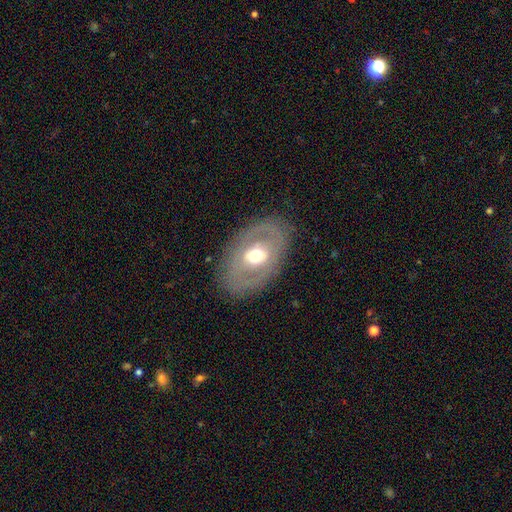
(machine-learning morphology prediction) smooth_or_featured: featured or disk (p=0.58) [alt: smooth p=0.33]
disk_edge_on: no (p=0.90) [alt: yes p=0.10]
bar: no (p=0.70) [alt: weak p=0.21]
has_spiral_arms: no (p=0.72) [alt: yes p=0.28]
bulge_size: moderate (p=0.72) [alt: large p=0.14]
merging: none (p=0.85) [alt: minor disturbance p=0.10]